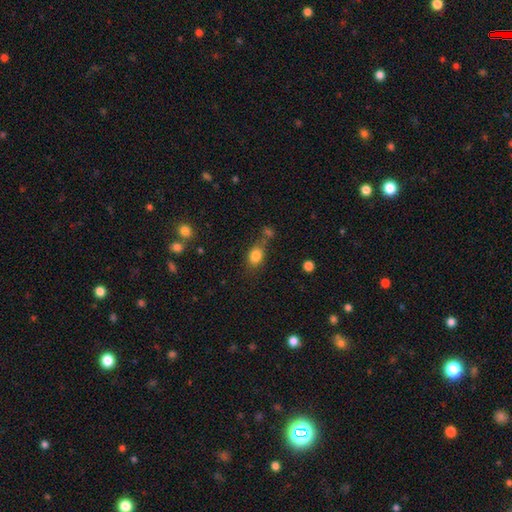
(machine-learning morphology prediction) This is clearly a smooth galaxy (82%). How rounded: likely in between (60%). Merging: likely none (63%).